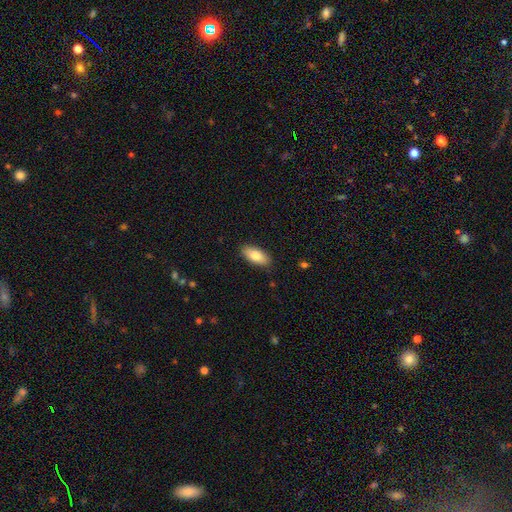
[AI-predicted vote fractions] The model was most divided on "smooth or featured": smooth: 79%, featured or disk: 15%, star or artifact: 6%. More confident: merging — none (88%); how rounded — in between (87%).